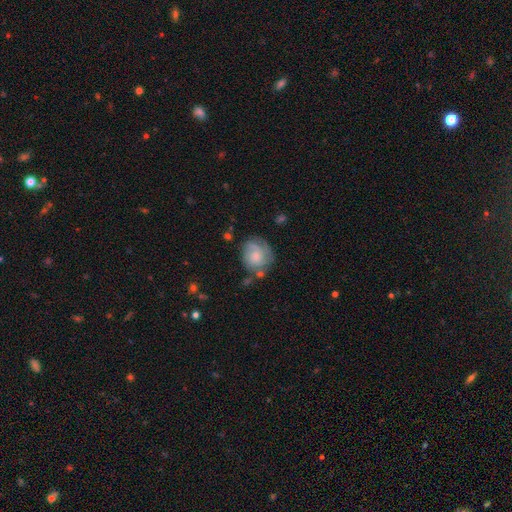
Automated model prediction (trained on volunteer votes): Q: Smooth or featured?
A: smooth (47%); runner-up: featured or disk (46%)
Q: Merging?
A: none (58%); runner-up: minor disturbance (24%)